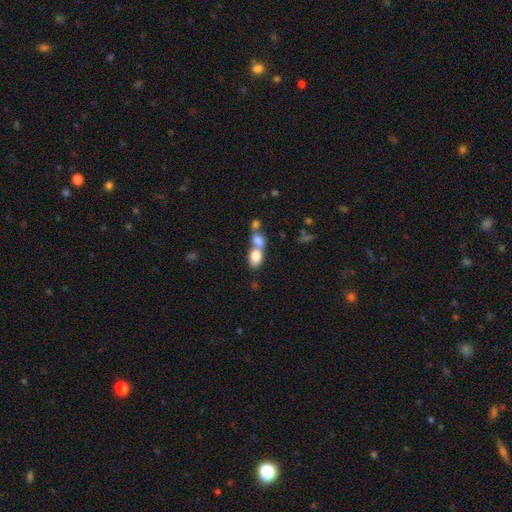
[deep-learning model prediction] Smooth or featured? smooth (77%)
How rounded? in between (76%)
Merging? merger (67%)